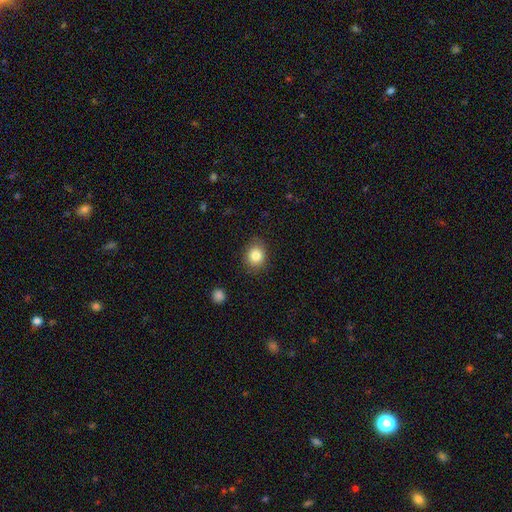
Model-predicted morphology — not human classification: smooth-or-featured: smooth: 84% | star or artifact: 10% | featured or disk: 7%
  how-rounded: round: 63% | in between: 36% | cigar-shaped: 1%
  merging: none: 83% | minor disturbance: 12% | major disturbance: 3% | merger: 1%